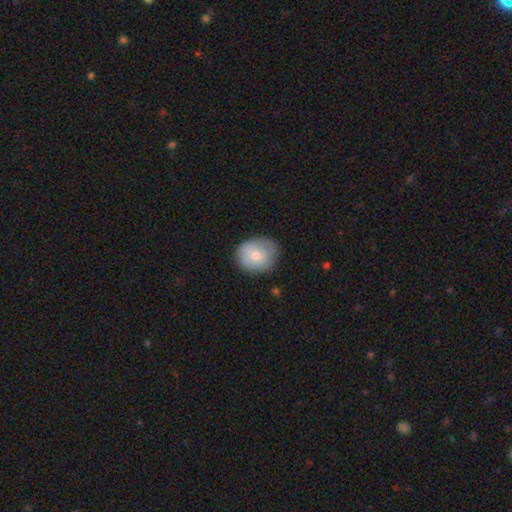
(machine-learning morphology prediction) A smooth galaxy with no disk features (71%) that is round (70%). Merging: none (71%).